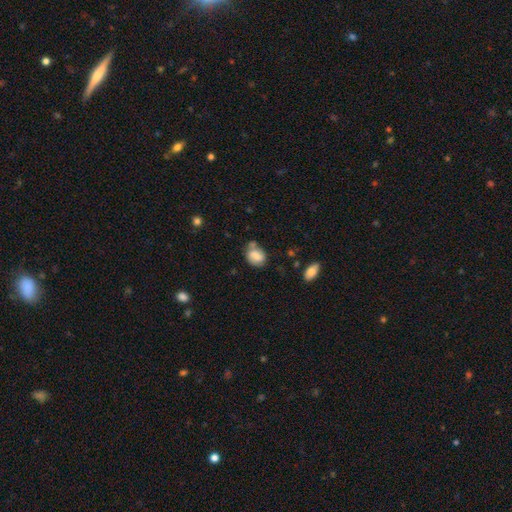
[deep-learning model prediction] Smooth or featured: smooth — 77% (featured or disk — 14%)
How rounded: in between — 59% (round — 40%)
Merging: none — 50% (minor disturbance — 25%)